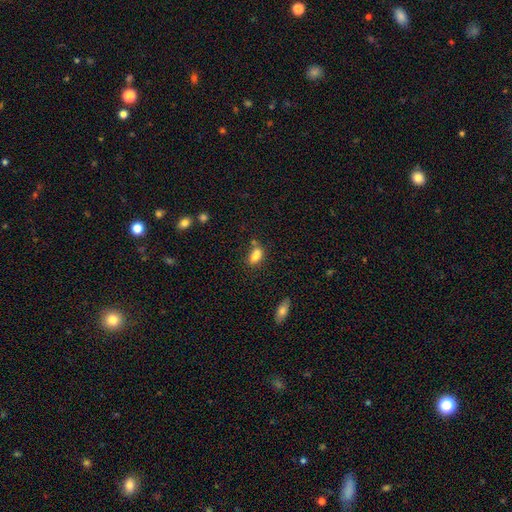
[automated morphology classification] This appears to be a smooth galaxy with no disk features (80%) that is in between round and cigar-shaped (83%). Merging: none (49%).